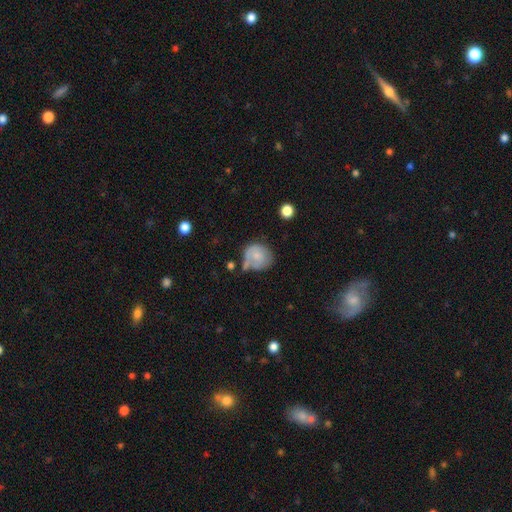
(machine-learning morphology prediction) type=smooth (65%); roundness=round (77%); merging=none (42%).